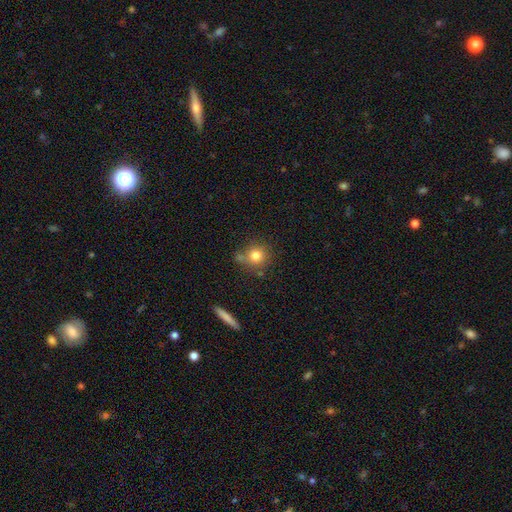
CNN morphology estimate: Smooth or featured? Predicted: smooth (p=0.79). How rounded? Predicted: round (p=0.87). Merging? Predicted: none (p=0.65).